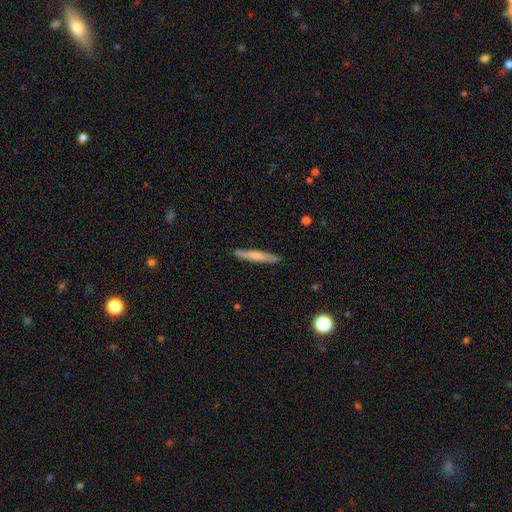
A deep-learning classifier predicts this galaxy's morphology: Smooth or featured: smooth — 62% (featured or disk — 32%)
How rounded: cigar-shaped — 94% (in between — 5%)
Merging: none — 88% (minor disturbance — 9%)